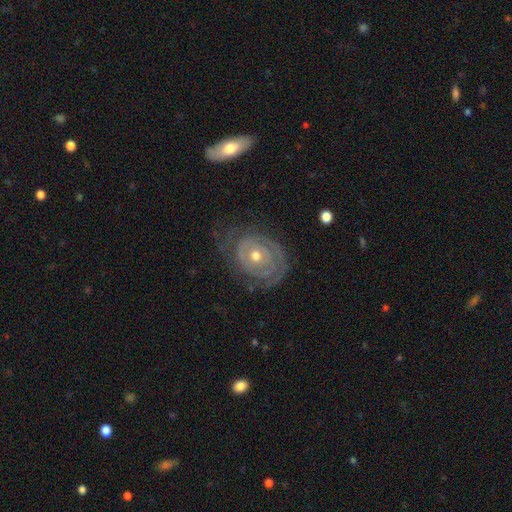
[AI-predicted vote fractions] Smooth or featured? featured or disk (81%)
Edge-on disk? no (96%)
Bar? no (80%)
Spiral arms? yes (81%)
Spiral winding? tight (79%)
Spiral arm count? can't tell (39%)
Bulge size? moderate (65%)
Merging? none (66%)